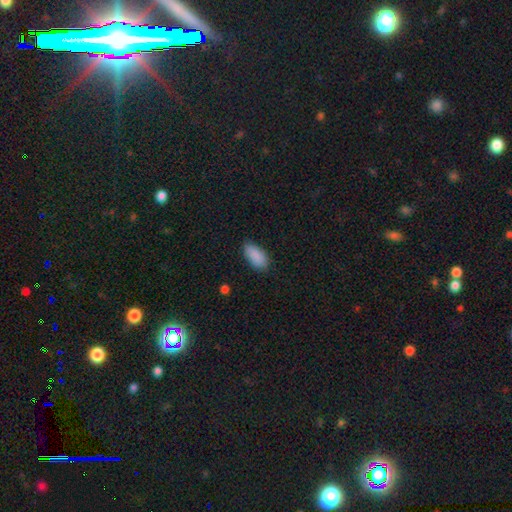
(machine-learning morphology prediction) smooth_or_featured: smooth (p=0.89) [alt: star or artifact p=0.07]
how_rounded: in between (p=0.91) [alt: cigar-shaped p=0.07]
merging: none (p=0.78) [alt: minor disturbance p=0.18]